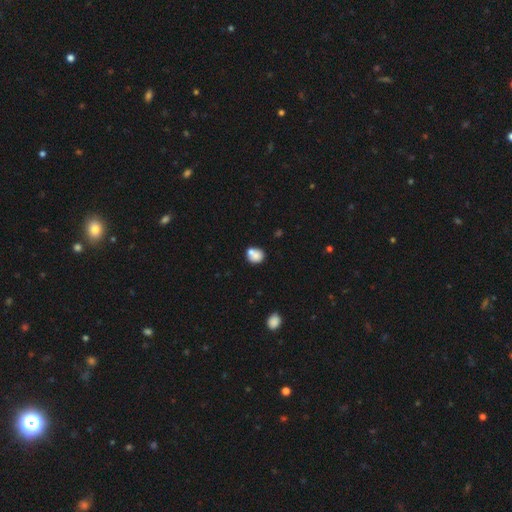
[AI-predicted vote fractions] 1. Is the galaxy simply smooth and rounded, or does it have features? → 78% smooth, 13% featured or disk, 9% star or artifact.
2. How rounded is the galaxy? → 71% round, 28% in between, 1% cigar-shaped.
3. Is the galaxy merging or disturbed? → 46% none, 36% merger, 13% minor disturbance, 5% major disturbance.